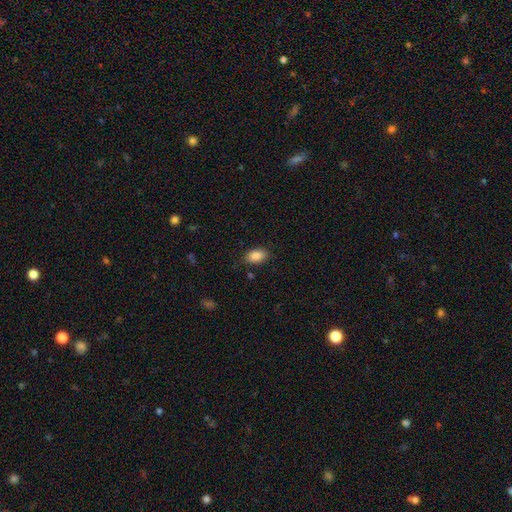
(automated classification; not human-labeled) Morphology: type=smooth (87%); roundness=in between (90%); merging=none (82%).